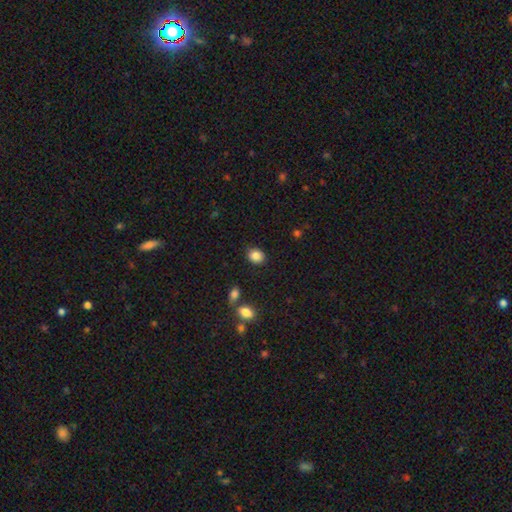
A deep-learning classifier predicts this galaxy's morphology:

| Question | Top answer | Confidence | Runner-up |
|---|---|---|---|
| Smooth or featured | smooth | 86% | star or artifact (9%) |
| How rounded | round | 53% | in between (46%) |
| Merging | none | 86% | minor disturbance (9%) |